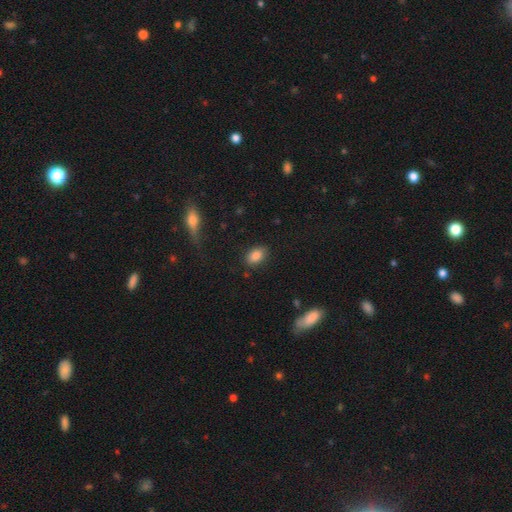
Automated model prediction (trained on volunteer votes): A smooth galaxy with no disk features (85%) that is in between round and cigar-shaped (84%).

Vote fractions:
- Smooth or featured? smooth: 85% / star or artifact: 9% / featured or disk: 6%
- How rounded? in between: 84% / round: 14% / cigar-shaped: 2%
- Merging? none: 83% / minor disturbance: 13% / major disturbance: 3% / merger: 2%